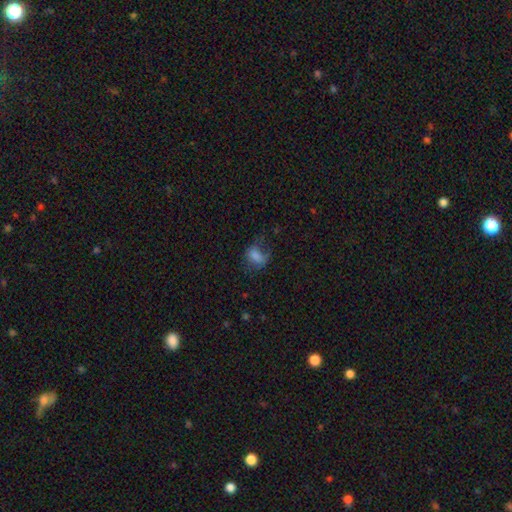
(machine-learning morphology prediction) Smooth or featured? smooth (64%)
How rounded? in between (67%)
Merging? none (39%)